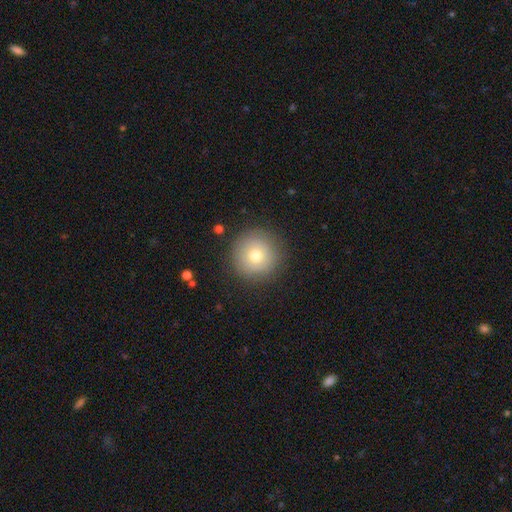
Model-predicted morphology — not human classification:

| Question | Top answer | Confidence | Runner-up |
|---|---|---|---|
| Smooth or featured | smooth | 71% | featured or disk (16%) |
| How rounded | round | 96% | in between (3%) |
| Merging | none | 89% | minor disturbance (7%) |